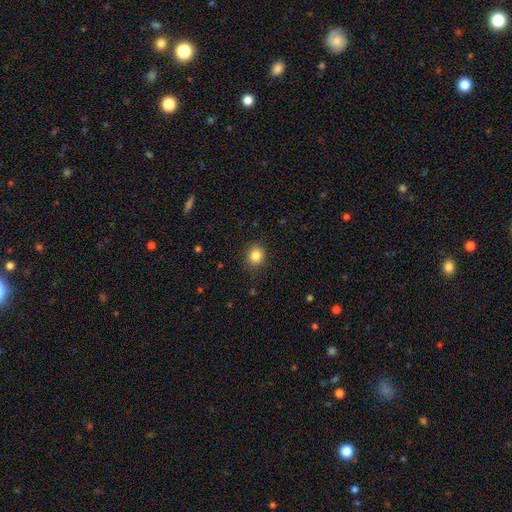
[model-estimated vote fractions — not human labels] Smooth or featured: smooth — 84% (star or artifact — 11%)
How rounded: round — 80% (in between — 20%)
Merging: none — 89% (minor disturbance — 8%)